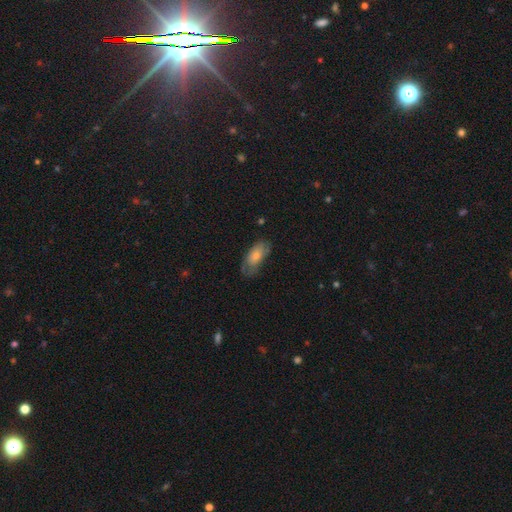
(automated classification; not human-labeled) This appears to be a smooth galaxy with no disk features (68%) that is in between round and cigar-shaped (87%). Merging: none (50%).